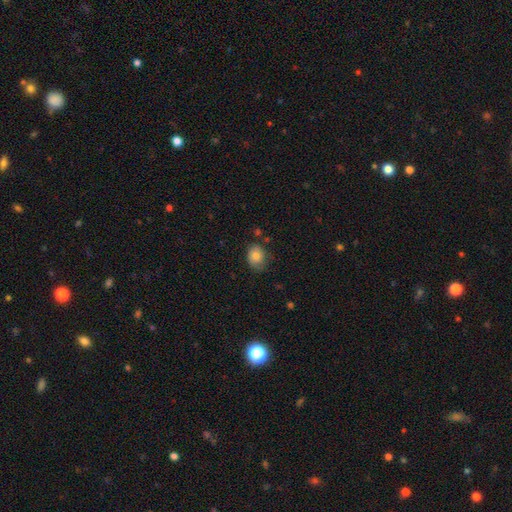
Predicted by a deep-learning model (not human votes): This appears to be a smooth galaxy with no disk features (79%) that is round (50%). Merging: none (71%).